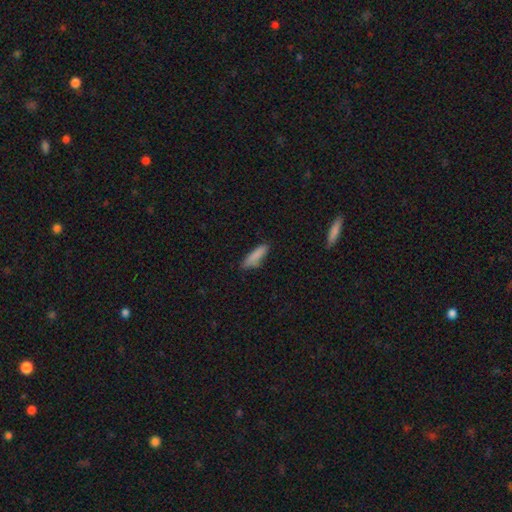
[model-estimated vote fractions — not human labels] Smooth or featured? Predicted: smooth (p=0.86). How rounded? Predicted: cigar-shaped (p=0.55). Merging? Predicted: none (p=0.75).